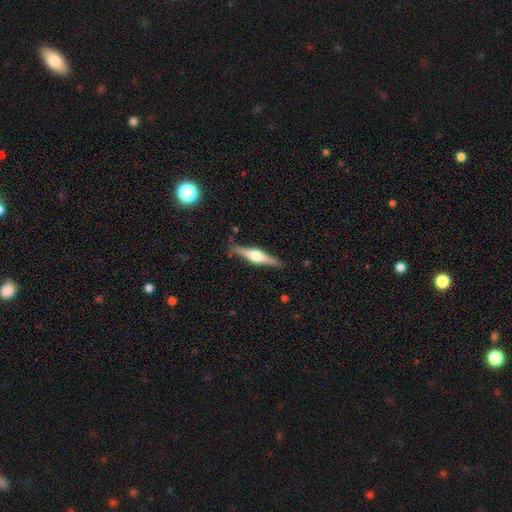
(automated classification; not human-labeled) featured or disk 69%, smooth 25%, star or artifact 5%. Down the decision tree: edge-on disk — yes (97%); edge-on bulge — rounded (92%); merging — none (85%).